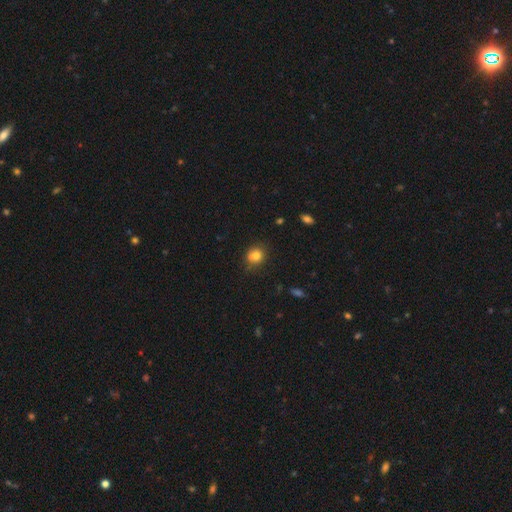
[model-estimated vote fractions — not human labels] smooth 79%, star or artifact 12%, featured or disk 9%. Down the decision tree: how rounded — round (78%); merging — none (72%).